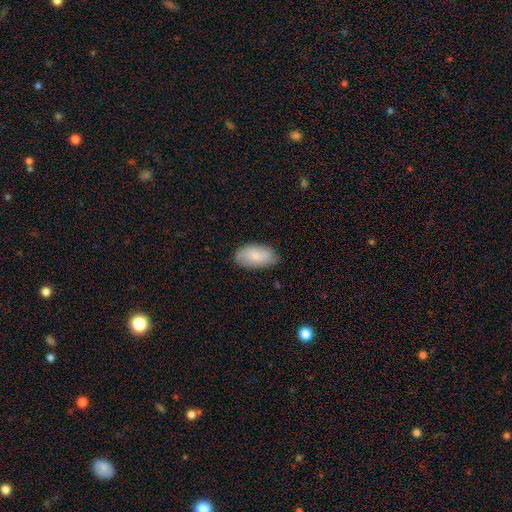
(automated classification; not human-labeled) smooth-or-featured: smooth: 76% | featured or disk: 17% | star or artifact: 6%
  how-rounded: in between: 94% | round: 3% | cigar-shaped: 3%
  merging: none: 79% | minor disturbance: 17% | major disturbance: 3% | merger: 1%